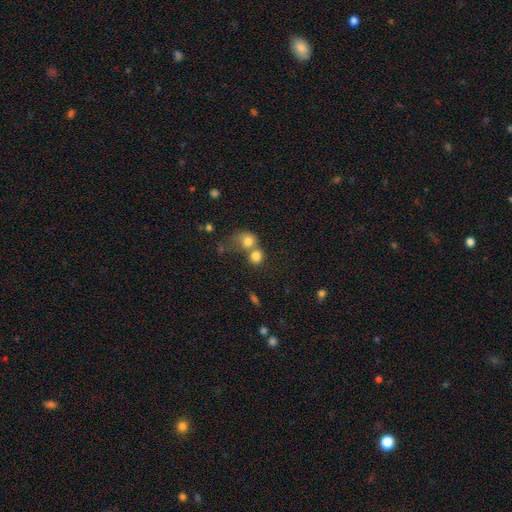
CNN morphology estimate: The model was most divided on "merging": merger: 56%, none: 31%, minor disturbance: 7%, major disturbance: 5%. More confident: smooth or featured — smooth (78%); how rounded — round (76%).